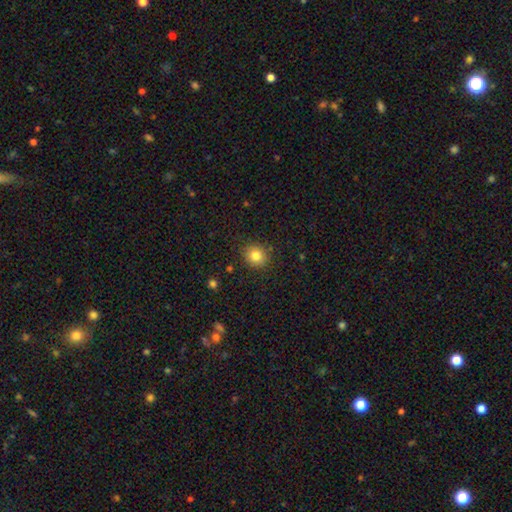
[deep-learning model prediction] This is clearly a smooth galaxy (82%). How rounded: clearly round (83%). Merging: clearly none (88%).